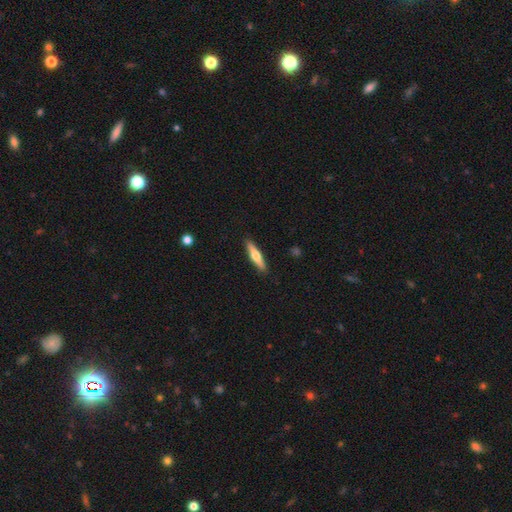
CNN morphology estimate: This is possibly a featured or disk galaxy (51%). It is clearly viewed edge-on (95%). Merging: clearly none (91%).